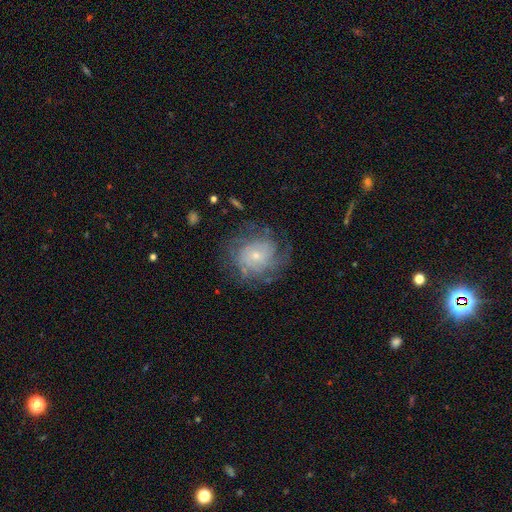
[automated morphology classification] smooth-or-featured: featured or disk: 71% | smooth: 20% | star or artifact: 9%
  disk-edge-on: no: 97% | yes: 3%
    bar: no: 79% | weak: 18% | strong: 3%
    has-spiral-arms: yes: 87% | no: 13%
      spiral-winding: tight: 63% | medium: 26% | loose: 11%
      spiral-arm-count: can't tell: 50% | 4: 13% | 3: 11% | 2: 11% | more than 4: 9% | 1: 5%
    bulge-size: small: 75% | moderate: 20% | none: 2% | large: 2% | dominant: 1%
  merging: none: 70% | minor disturbance: 17% | major disturbance: 12% | merger: 1%